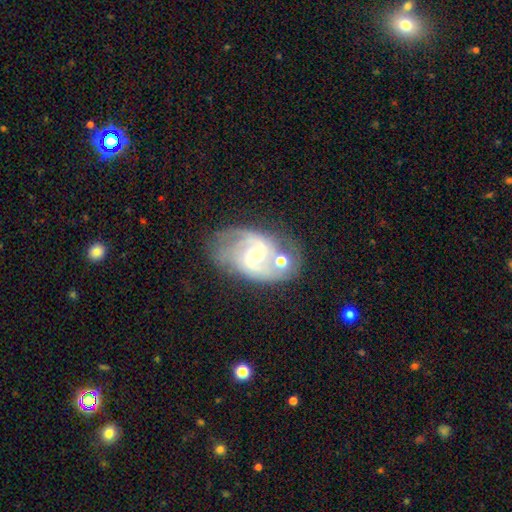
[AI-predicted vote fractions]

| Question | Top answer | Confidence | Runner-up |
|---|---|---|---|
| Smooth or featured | featured or disk | 81% | smooth (12%) |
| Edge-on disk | no | 97% | yes (3%) |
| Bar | weak | 49% | no (38%) |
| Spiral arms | yes | 94% | no (6%) |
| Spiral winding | medium | 51% | tight (28%) |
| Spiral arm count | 2 | 70% | can't tell (13%) |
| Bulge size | small | 53% | moderate (33%) |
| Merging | none | 53% | minor disturbance (20%) |